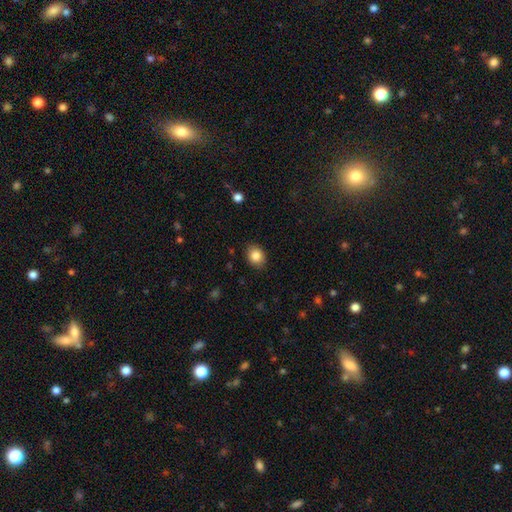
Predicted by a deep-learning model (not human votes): The model was most divided on "how rounded": round: 50%, in between: 49%, cigar-shaped: 1%. More confident: merging — none (87%); smooth or featured — smooth (85%).